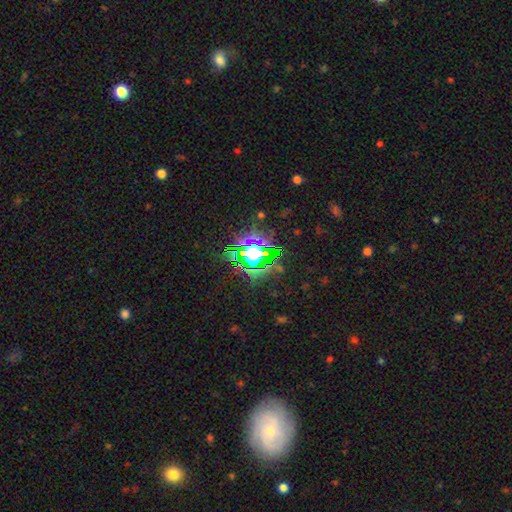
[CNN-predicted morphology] Smooth or featured? Predicted: star or artifact (p=0.71).